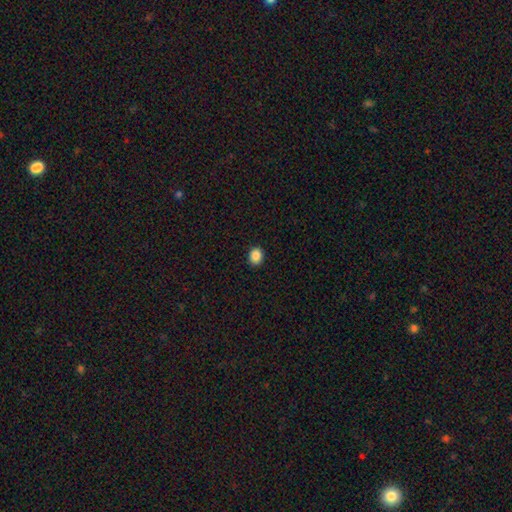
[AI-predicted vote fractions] Q: Smooth or featured?
A: smooth (87%); runner-up: star or artifact (10%)
Q: How rounded?
A: round (64%); runner-up: in between (35%)
Q: Merging?
A: none (91%); runner-up: minor disturbance (6%)